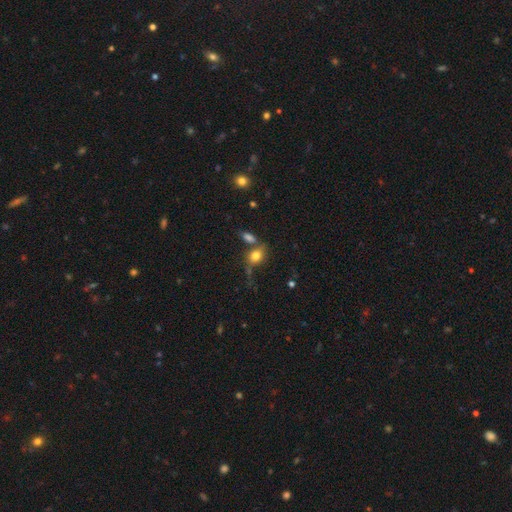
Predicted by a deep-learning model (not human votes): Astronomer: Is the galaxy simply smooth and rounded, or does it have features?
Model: smooth — 77%.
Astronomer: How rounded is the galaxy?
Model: in between — 63%.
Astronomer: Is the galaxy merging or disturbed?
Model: none — 45% (runner-up: merger, 26%).